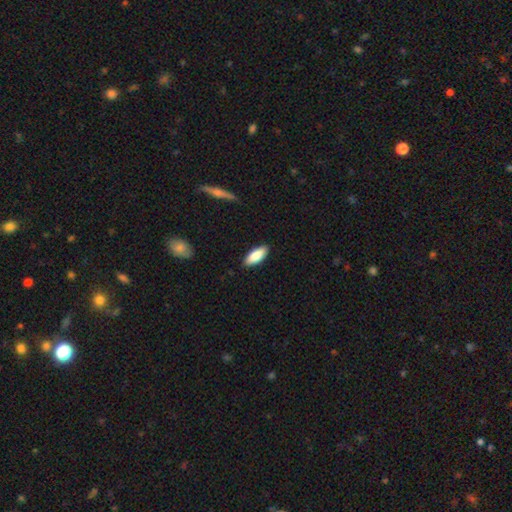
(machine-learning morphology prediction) This is clearly a smooth galaxy (84%). How rounded: likely in between (78%). Merging: clearly none (88%).